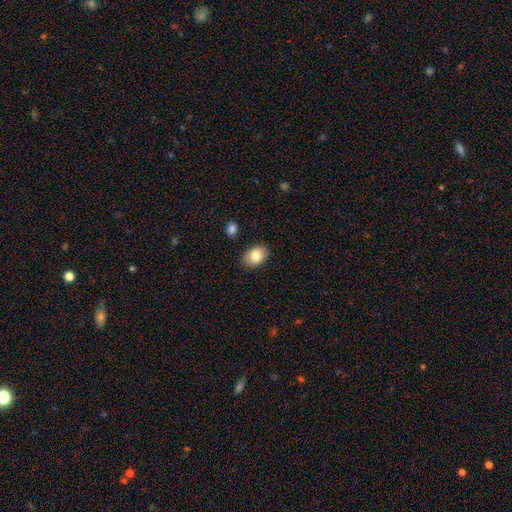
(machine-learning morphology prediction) Smooth or featured? Predicted: smooth (p=0.84). How rounded? Predicted: in between (p=0.75). Merging? Predicted: none (p=0.86).